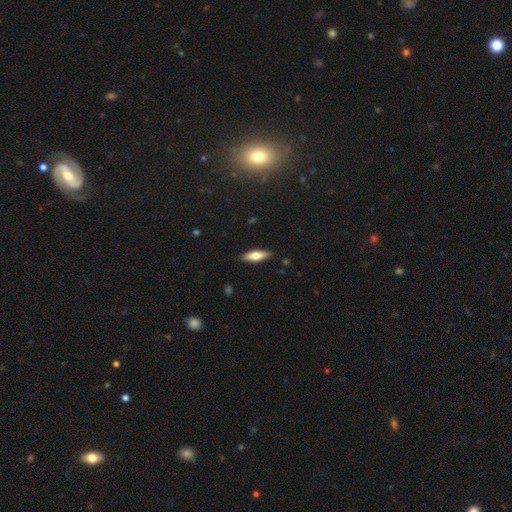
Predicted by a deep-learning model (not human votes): The model was most divided on "how rounded": in between: 50%, cigar-shaped: 48%, round: 2%. More confident: merging — none (88%); smooth or featured — smooth (65%).